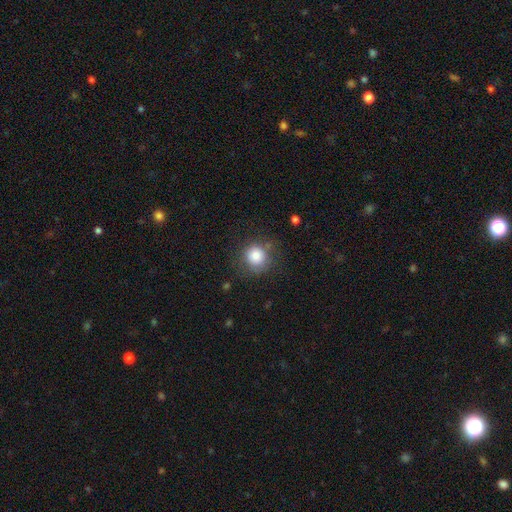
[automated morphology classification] A smooth galaxy with no disk features (81%) that is round (91%).

Vote fractions:
- Smooth or featured? smooth: 81% / star or artifact: 10% / featured or disk: 9%
- How rounded? round: 91% / in between: 8% / cigar-shaped: 1%
- Merging? none: 76% / minor disturbance: 15% / major disturbance: 6% / merger: 2%